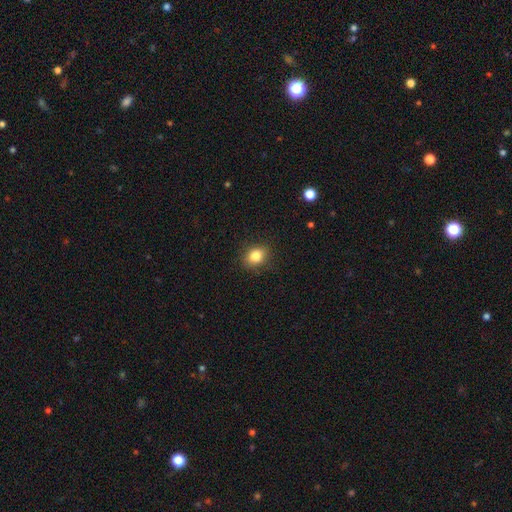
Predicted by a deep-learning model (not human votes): This is clearly a smooth galaxy (83%). How rounded: possibly round (52%). Merging: clearly none (86%).